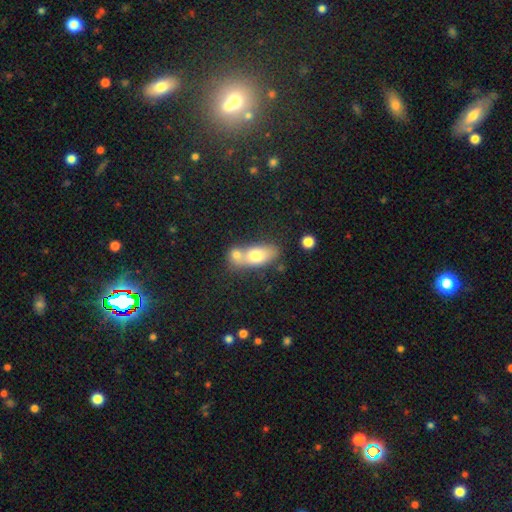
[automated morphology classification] smooth_or_featured: smooth (p=0.73) [alt: featured or disk p=0.19]
how_rounded: in between (p=0.77) [alt: round p=0.13]
merging: merger (p=0.55) [alt: none p=0.32]